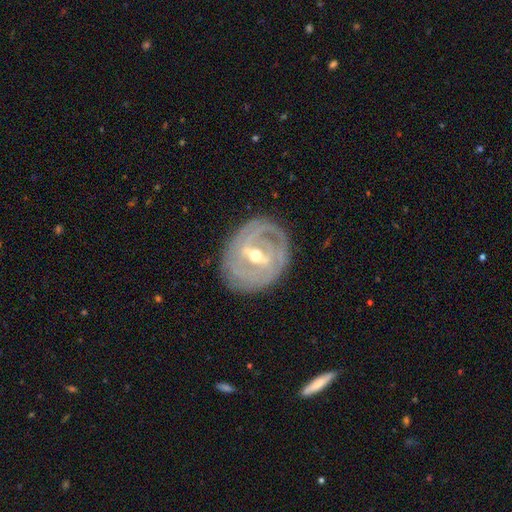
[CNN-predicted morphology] Smooth or featured? Predicted: featured or disk (p=0.86). Edge-on disk? Predicted: no (p=0.94). Bar? Predicted: strong (p=0.56). Spiral arms? Predicted: yes (p=0.88). Spiral winding? Predicted: tight (p=0.76). Spiral arm count? Predicted: can't tell (p=0.37). Bulge size? Predicted: moderate (p=0.59). Merging? Predicted: none (p=0.82).